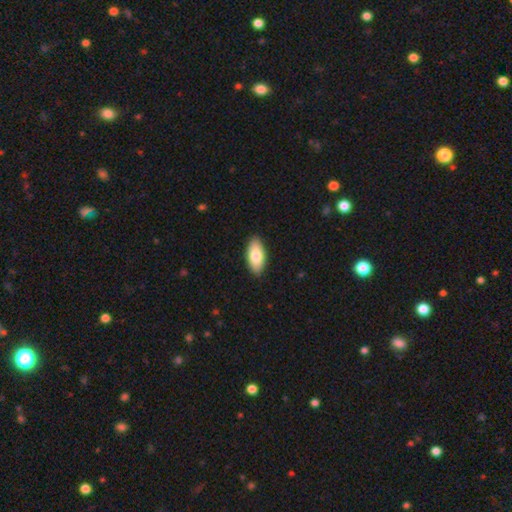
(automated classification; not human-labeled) Smooth or featured: smooth — 79% (featured or disk — 15%)
How rounded: in between — 90% (cigar-shaped — 7%)
Merging: none — 89% (minor disturbance — 8%)